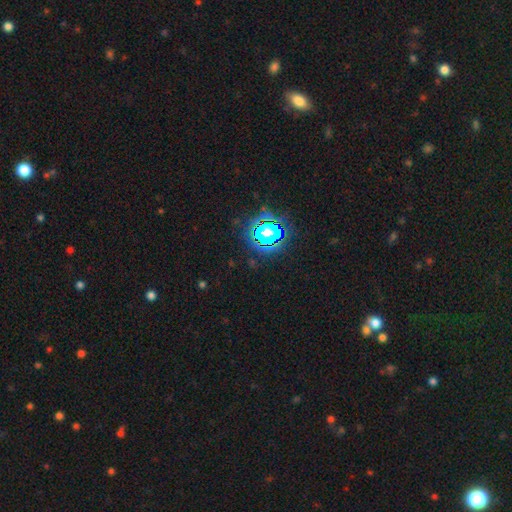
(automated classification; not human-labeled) Smooth or featured? Predicted: star or artifact (p=0.81).